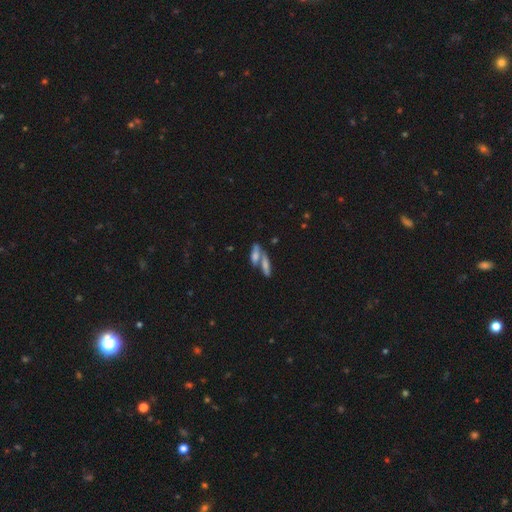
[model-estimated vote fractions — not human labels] A smooth galaxy with no disk features (61%) that is in between round and cigar-shaped (50%). Merging: merger (50%).